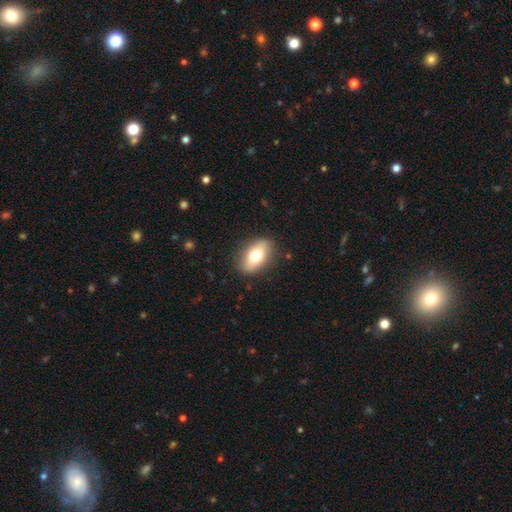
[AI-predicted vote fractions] This appears to be a smooth galaxy with no disk features (71%) that is in between round and cigar-shaped (88%). Merging: none (87%).